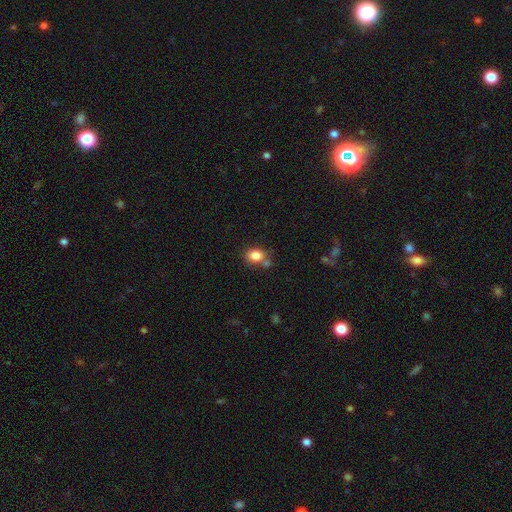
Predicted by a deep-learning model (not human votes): smooth_or_featured: smooth (p=0.83) [alt: star or artifact p=0.10]
how_rounded: in between (p=0.63) [alt: round p=0.36]
merging: none (p=0.62) [alt: merger p=0.17]